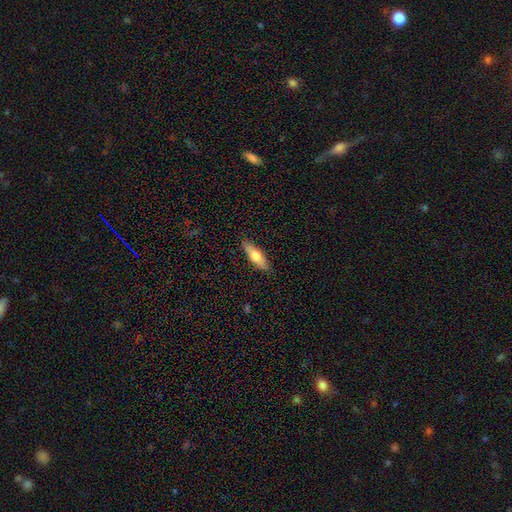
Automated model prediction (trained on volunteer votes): This is likely a smooth galaxy (64%). How rounded: possibly in between (52%). Merging: clearly none (88%).